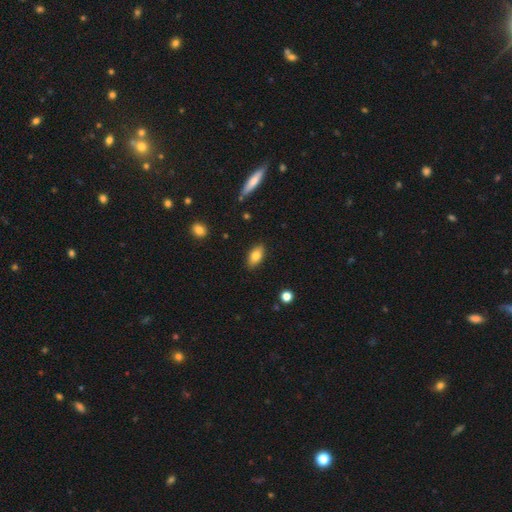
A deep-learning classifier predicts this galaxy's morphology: Smooth or featured: smooth — 81% (featured or disk — 12%)
How rounded: in between — 90% (cigar-shaped — 5%)
Merging: none — 87% (minor disturbance — 10%)